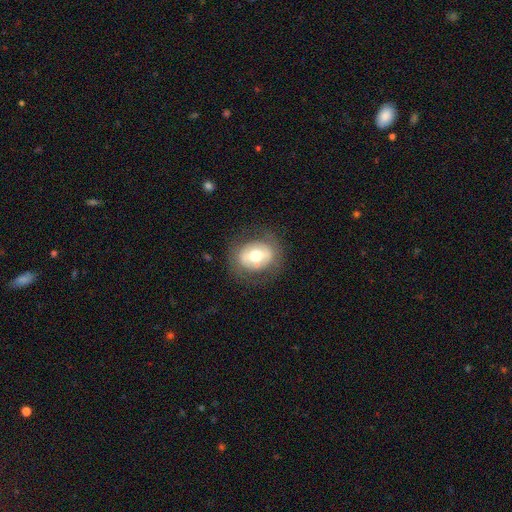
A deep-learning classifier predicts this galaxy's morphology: smooth_or_featured: smooth (p=0.49) [alt: featured or disk p=0.43]
merging: none (p=0.76) [alt: minor disturbance p=0.14]